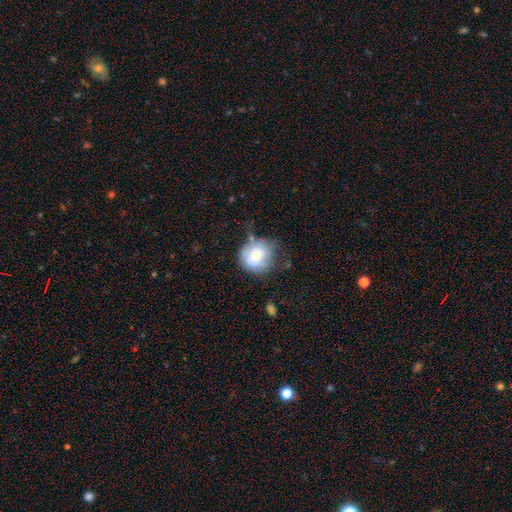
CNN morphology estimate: This is likely a smooth galaxy (69%). How rounded: clearly round (80%). Merging: marginally none (40%).